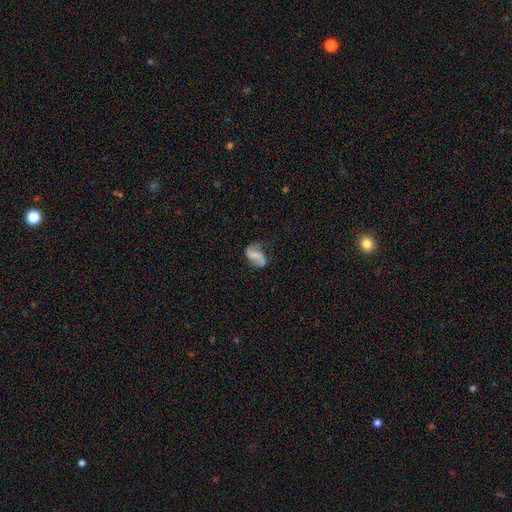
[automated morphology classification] The model was most divided on "bar": weak: 41%, no: 31%, strong: 28%. More confident: edge-on disk — no (98%); spiral arms — yes (90%); spiral arm count — 2 (88%); smooth or featured — featured or disk (65%); spiral winding — loose (59%); merging — none (59%); bulge size — none (51%).